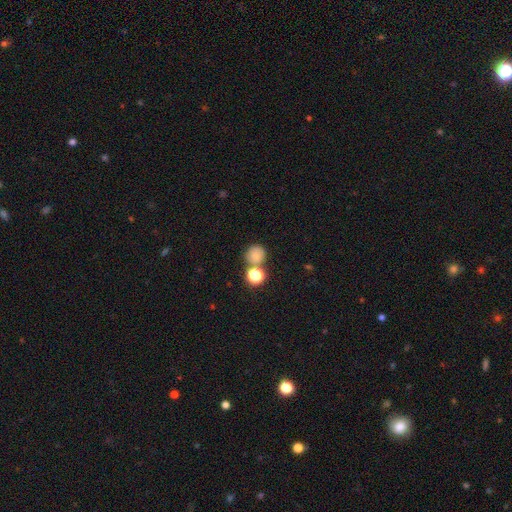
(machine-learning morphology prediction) Smooth or featured: smooth — 75% (star or artifact — 16%)
How rounded: round — 87% (in between — 12%)
Merging: none — 63% (merger — 23%)